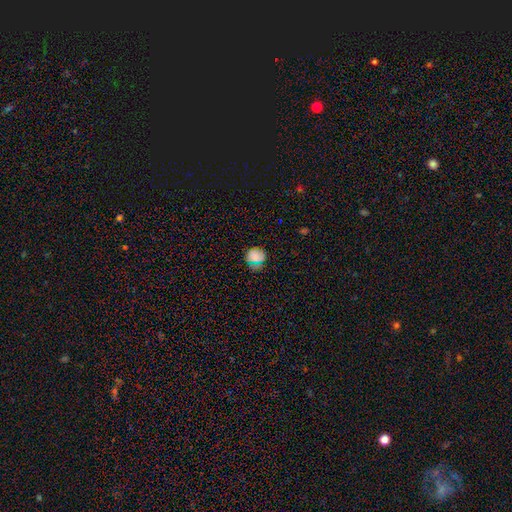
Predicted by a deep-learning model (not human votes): The model was most divided on "smooth or featured": smooth: 73%, star or artifact: 19%, featured or disk: 8%. More confident: how rounded — round (89%); merging — none (78%).